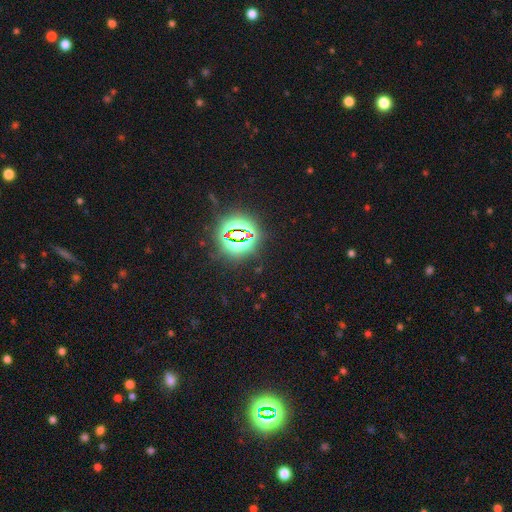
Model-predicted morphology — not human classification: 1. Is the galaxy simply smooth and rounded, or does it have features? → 83% star or artifact, 11% smooth, 6% featured or disk.